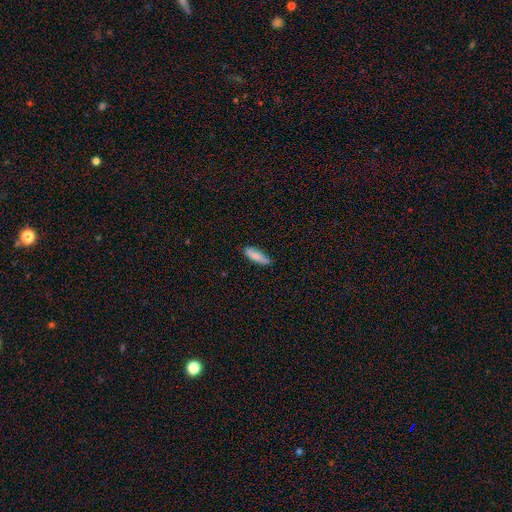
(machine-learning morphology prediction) Smooth or featured? Predicted: smooth (p=0.82). How rounded? Predicted: in between (p=0.58). Merging? Predicted: none (p=0.69).